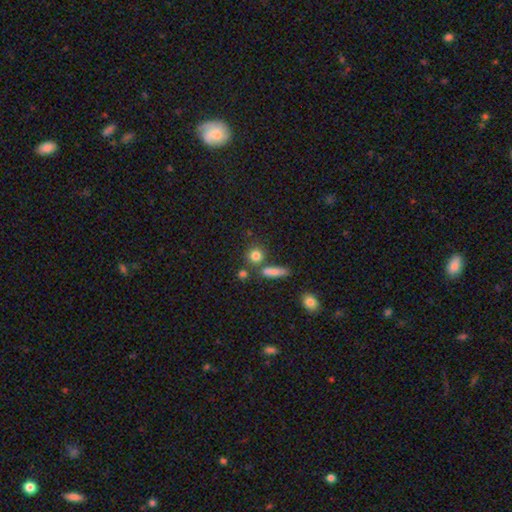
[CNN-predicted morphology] Smooth or featured: smooth — 80% (star or artifact — 11%)
How rounded: round — 81% (in between — 14%)
Merging: none — 70% (merger — 16%)